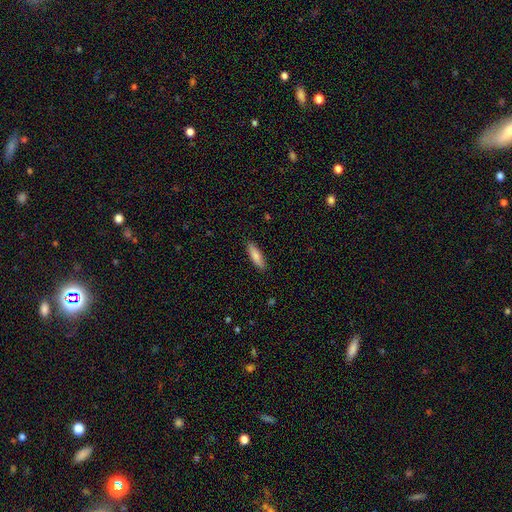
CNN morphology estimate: Smooth or featured? smooth (83%)
How rounded? cigar-shaped (53%)
Merging? none (89%)